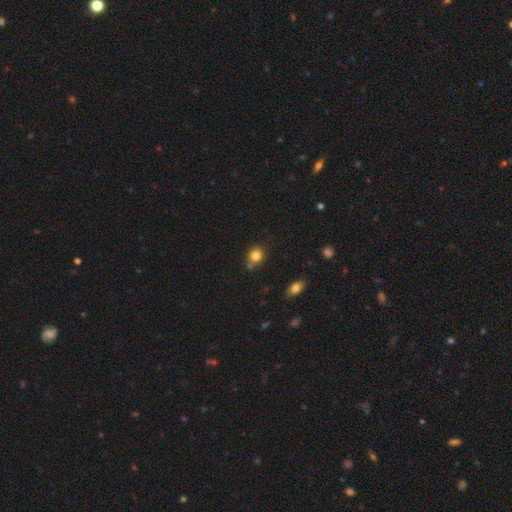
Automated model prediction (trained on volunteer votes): Smooth or featured? smooth (81%)
How rounded? round (75%)
Merging? none (68%)